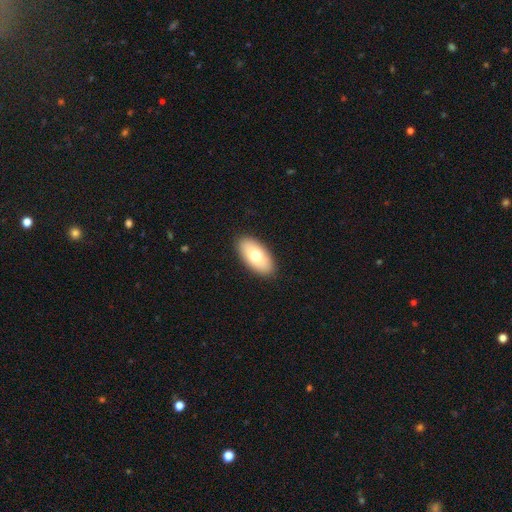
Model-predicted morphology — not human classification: Smooth or featured: smooth — 72% (featured or disk — 21%)
How rounded: in between — 93% (cigar-shaped — 4%)
Merging: none — 90% (minor disturbance — 8%)